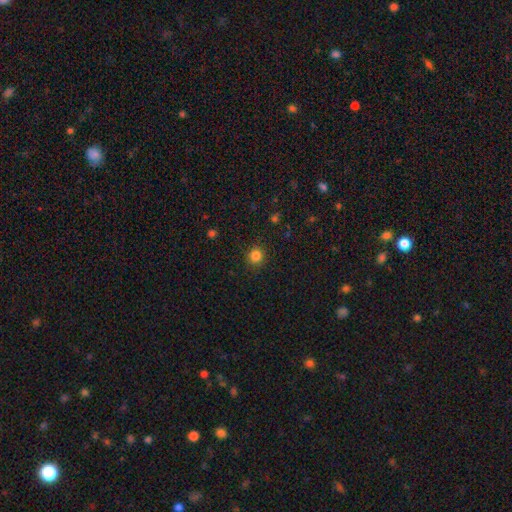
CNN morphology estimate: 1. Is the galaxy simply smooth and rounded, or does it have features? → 84% smooth, 12% star or artifact, 4% featured or disk.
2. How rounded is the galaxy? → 92% round, 7% in between, 1% cigar-shaped.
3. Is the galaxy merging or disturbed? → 90% none, 6% minor disturbance, 2% major disturbance, 1% merger.